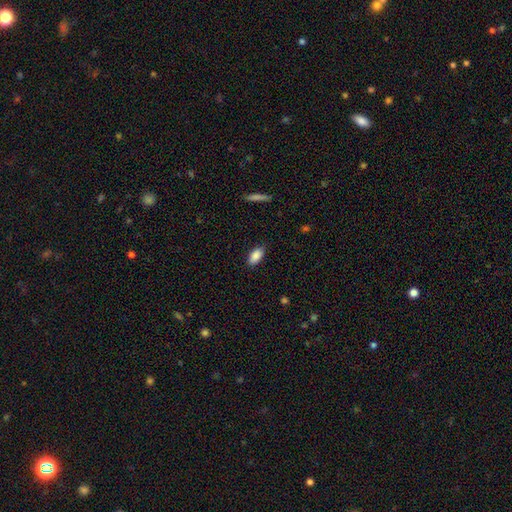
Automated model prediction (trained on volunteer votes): Smooth or featured: smooth — 88% (star or artifact — 7%)
How rounded: in between — 89% (cigar-shaped — 8%)
Merging: none — 85% (minor disturbance — 12%)